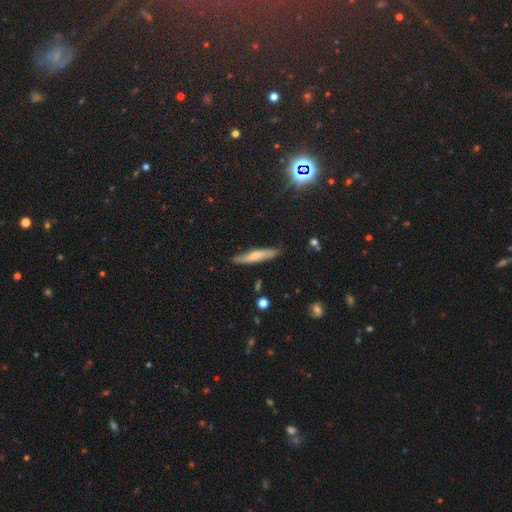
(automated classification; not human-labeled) Overall: smooth (54%; featured or disk 39%). How rounded: cigar-shaped (88%). Merging: none (82%).